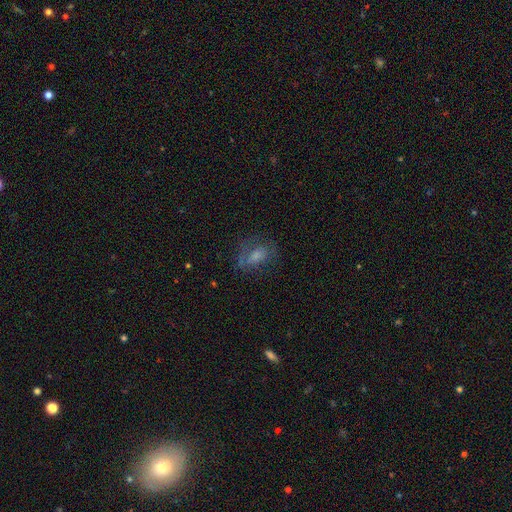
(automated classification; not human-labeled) smooth 52%, featured or disk 35%, star or artifact 14%. Down the decision tree: how rounded — in between (78%); merging — none (57%).